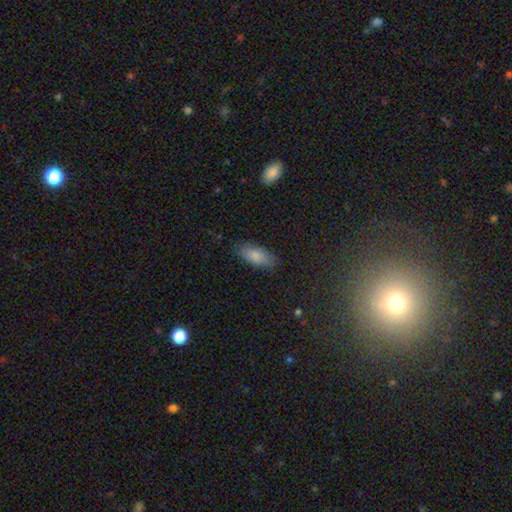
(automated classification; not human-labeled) This is clearly a smooth galaxy (83%). How rounded: clearly in between (87%). Merging: clearly none (84%).